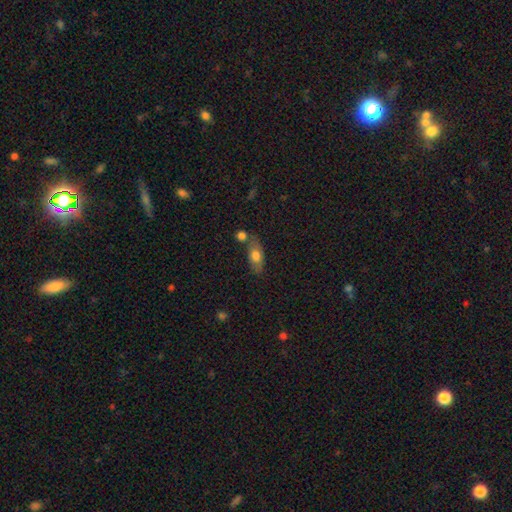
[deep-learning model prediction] A smooth galaxy with no disk features (70%) that is in between round and cigar-shaped (81%).

Vote fractions:
- Smooth or featured? smooth: 70% / featured or disk: 22% / star or artifact: 8%
- How rounded? in between: 81% / cigar-shaped: 13% / round: 7%
- Merging? none: 58% / merger: 20% / minor disturbance: 17% / major disturbance: 5%